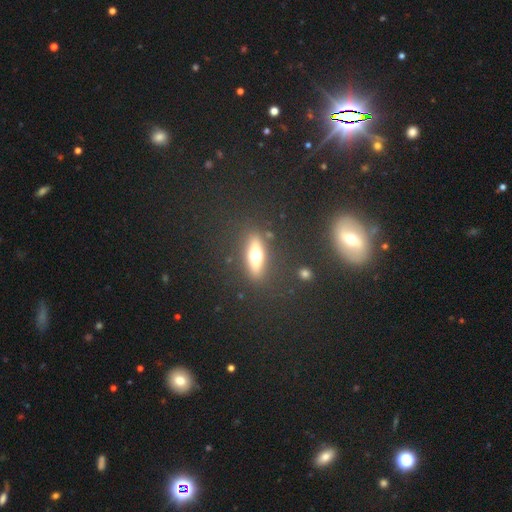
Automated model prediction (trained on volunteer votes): Smooth or featured? smooth (49%)
Merging? none (84%)